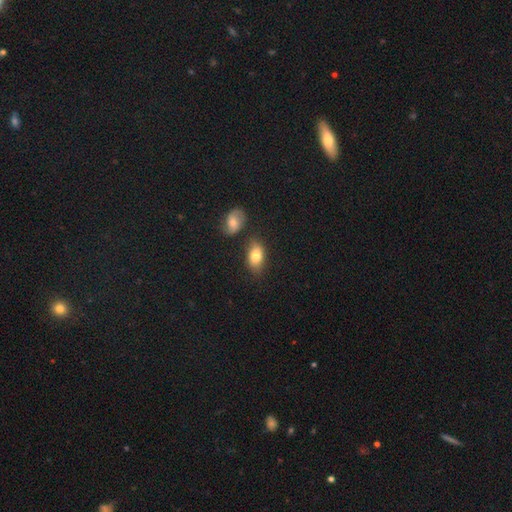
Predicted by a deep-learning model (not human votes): Smooth or featured? smooth (79%)
How rounded? in between (88%)
Merging? none (71%)